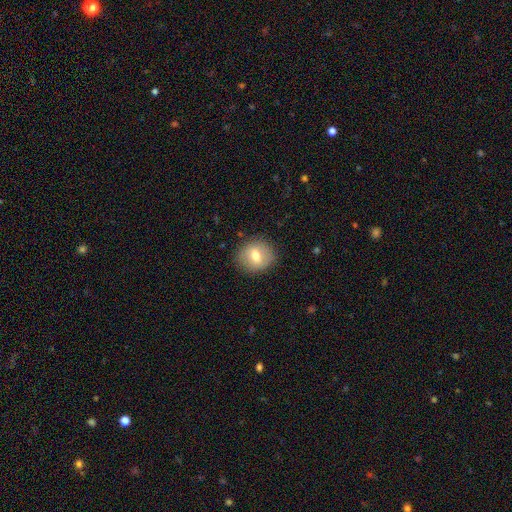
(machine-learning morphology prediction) The model was most divided on "smooth or featured": smooth: 67%, featured or disk: 25%, star or artifact: 9%. More confident: merging — none (85%); how rounded — round (76%).